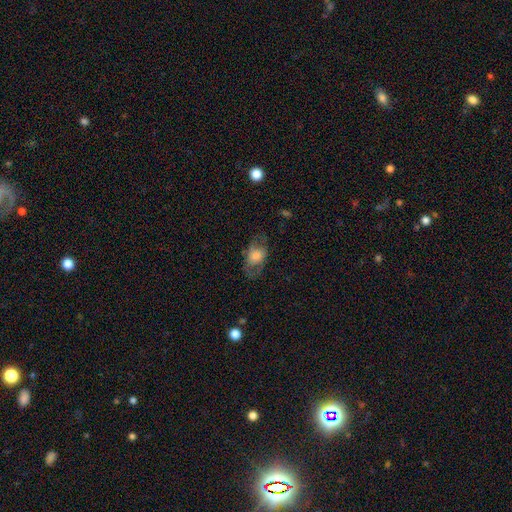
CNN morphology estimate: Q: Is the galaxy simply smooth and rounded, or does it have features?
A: smooth — 58%.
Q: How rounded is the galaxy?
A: in between — 81%.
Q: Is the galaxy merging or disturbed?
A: none — 64%.